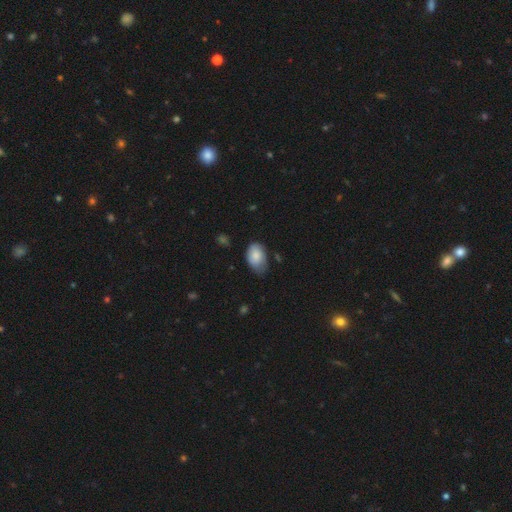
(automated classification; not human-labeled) Smooth or featured?
  - smooth: 81% *
  - featured or disk: 13%
  - star or artifact: 7%
How rounded?
  - in between: 89% *
  - round: 10%
  - cigar-shaped: 1%
Merging?
  - none: 51% *
  - minor disturbance: 39%
  - major disturbance: 8%
  - merger: 2%